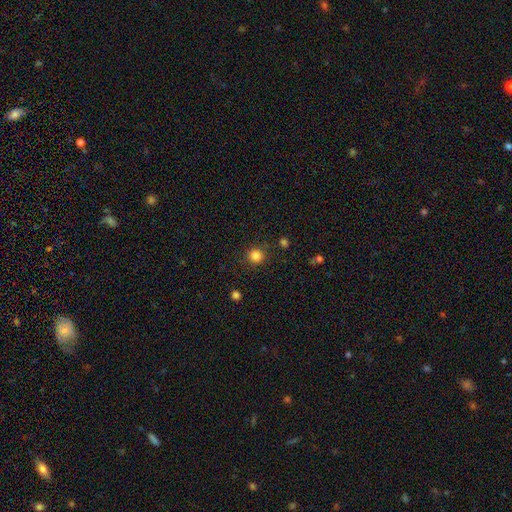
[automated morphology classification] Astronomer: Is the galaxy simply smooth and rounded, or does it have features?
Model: smooth — 84%.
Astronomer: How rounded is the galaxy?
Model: round — 92%.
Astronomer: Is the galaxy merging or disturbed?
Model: none — 88%.